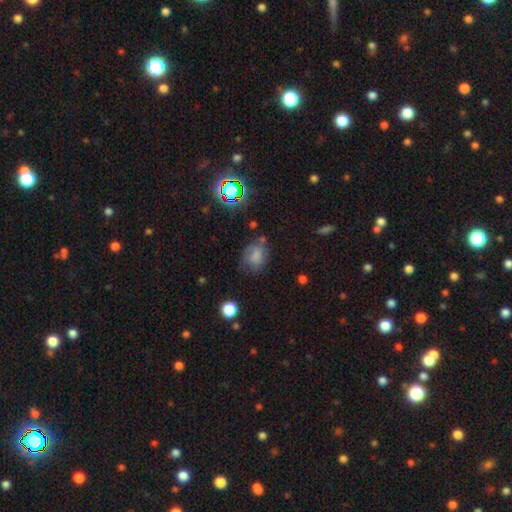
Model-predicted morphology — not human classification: A smooth galaxy with no disk features (65%) that is in between round and cigar-shaped (61%). Merging: none (54%).